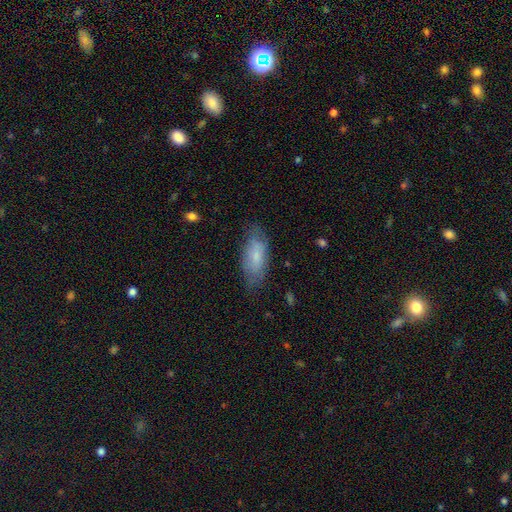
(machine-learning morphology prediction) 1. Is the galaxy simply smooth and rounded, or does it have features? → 71% smooth, 22% featured or disk, 7% star or artifact.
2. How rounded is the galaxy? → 79% in between, 19% cigar-shaped, 2% round.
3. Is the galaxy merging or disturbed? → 70% none, 22% minor disturbance, 6% major disturbance, 1% merger.